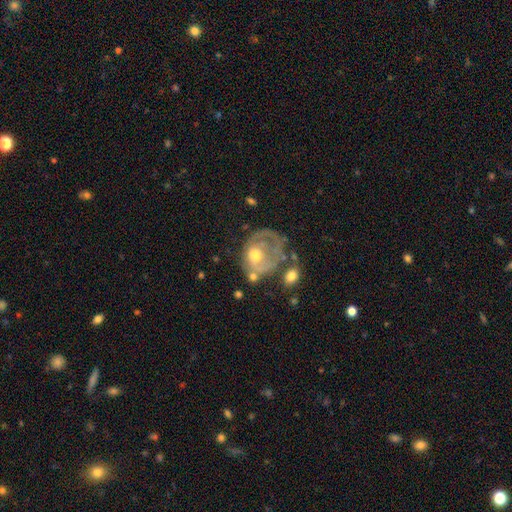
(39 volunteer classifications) Volunteers were most divided on "merging": major disturbance: 39%, none: 36%, minor disturbance: 14%, merger: 11%. Remaining: edge-on disk — no (100%); bulge size — moderate (73%); smooth or featured — featured or disk (67%); spiral arms — yes (65%); spiral winding — tight (65%); bar — no (62%); spiral arm count — 1 (47%).